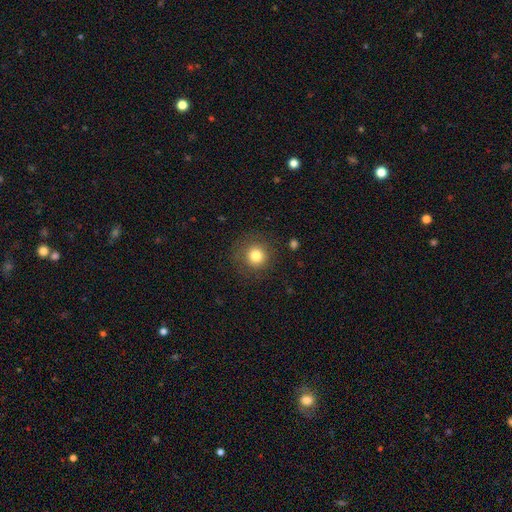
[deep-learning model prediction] Smooth or featured? Predicted: smooth (p=0.81). How rounded? Predicted: round (p=0.94). Merging? Predicted: none (p=0.86).